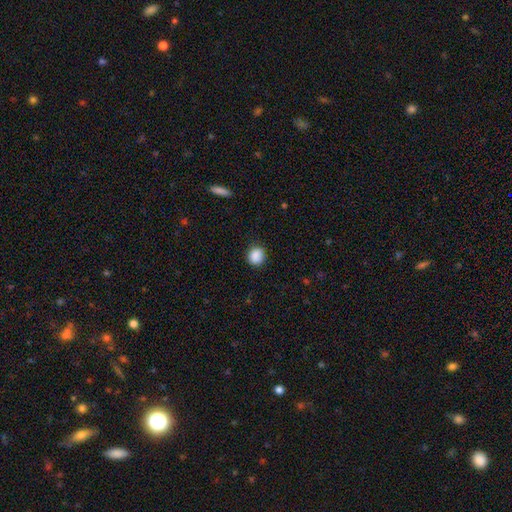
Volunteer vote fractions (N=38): smooth 100%, featured or disk 0%, star or artifact 0%. Down the decision tree: how rounded — round (89%); merging — none (89%).